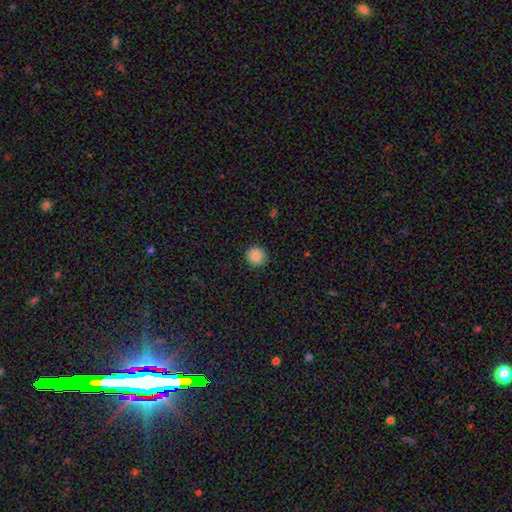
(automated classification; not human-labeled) smooth_or_featured: smooth (p=0.86) [alt: star or artifact p=0.10]
how_rounded: round (p=0.92) [alt: in between p=0.07]
merging: none (p=0.91) [alt: minor disturbance p=0.06]